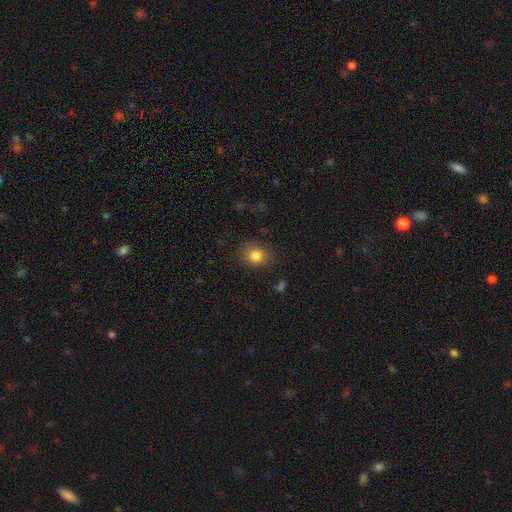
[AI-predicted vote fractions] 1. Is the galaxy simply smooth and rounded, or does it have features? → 82% smooth, 11% star or artifact, 6% featured or disk.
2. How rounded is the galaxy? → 70% round, 29% in between, 1% cigar-shaped.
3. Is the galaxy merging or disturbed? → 79% none, 15% minor disturbance, 5% major disturbance, 2% merger.